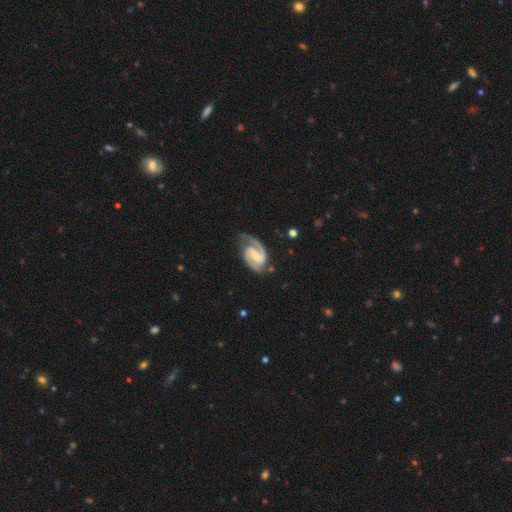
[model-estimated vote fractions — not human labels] A featured or disk galaxy (90%) with a weak bar (49%), 2 (86%) medium (52%) spiral arms (98%) and a small central bulge (41%).

Vote fractions:
- Smooth or featured? featured or disk: 90% / smooth: 6% / star or artifact: 4%
- Edge-on disk? no: 98% / yes: 2%
- Bar? weak: 49% / strong: 30% / no: 21%
- Spiral arms? yes: 98% / no: 2%
- Spiral winding? medium: 52% / tight: 36% / loose: 12%
- Spiral arm count? 2: 86% / 1: 8% / can't tell: 3% / 3: 1% / 4: 1% / more than 4: 1%
- Bulge size? small: 41% / moderate: 30% / none: 24% / large: 5% / dominant: 1%
- Merging? none: 68% / minor disturbance: 20% / major disturbance: 9% / merger: 2%